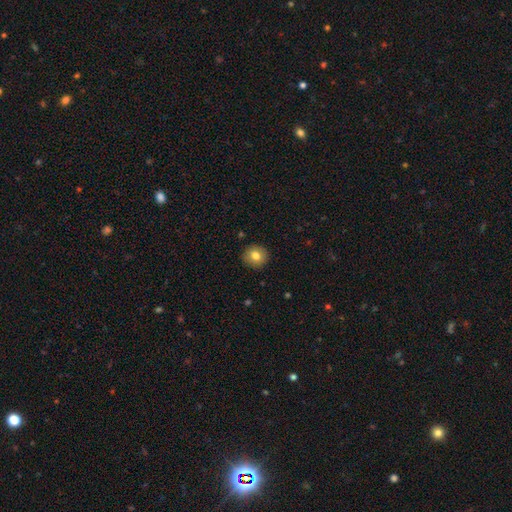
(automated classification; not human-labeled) smooth_or_featured: smooth (p=0.80) [alt: featured or disk p=0.11]
how_rounded: round (p=0.88) [alt: in between p=0.11]
merging: none (p=0.91) [alt: minor disturbance p=0.07]